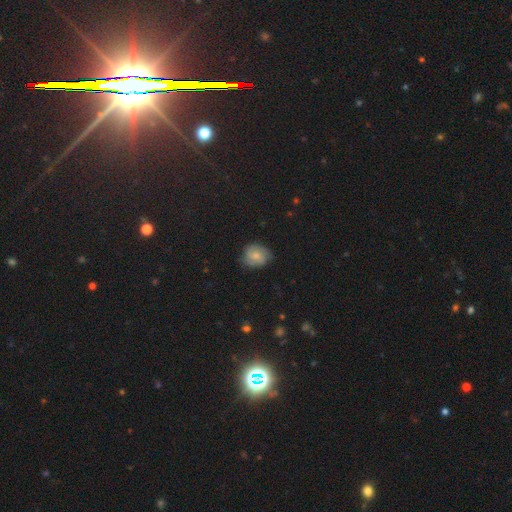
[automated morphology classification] smooth 65%, featured or disk 26%, star or artifact 9%. Down the decision tree: how rounded — round (63%); merging — none (68%).